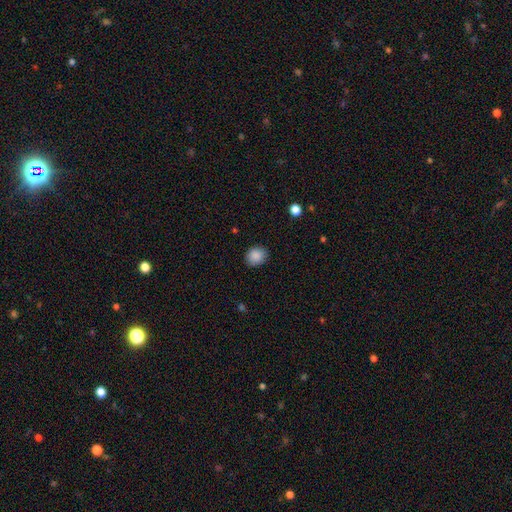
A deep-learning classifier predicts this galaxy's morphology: Smooth or featured? smooth (88%)
How rounded? round (69%)
Merging? none (87%)